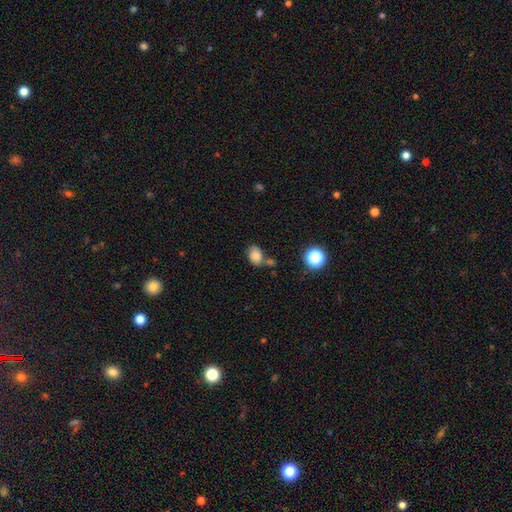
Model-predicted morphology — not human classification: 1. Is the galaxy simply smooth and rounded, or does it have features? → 82% smooth, 10% star or artifact, 7% featured or disk.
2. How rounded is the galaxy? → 72% in between, 27% round, 1% cigar-shaped.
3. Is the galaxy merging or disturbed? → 54% none, 22% merger, 18% minor disturbance, 6% major disturbance.